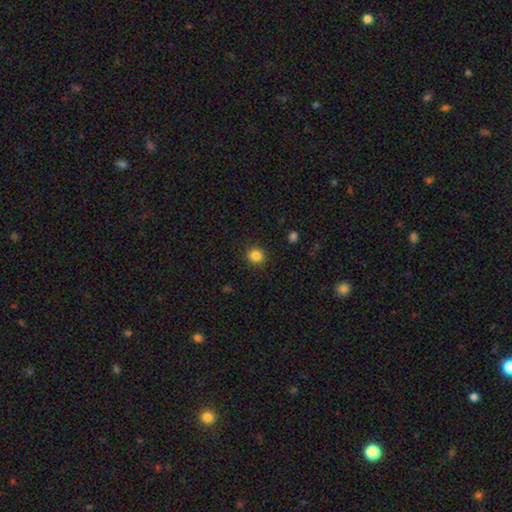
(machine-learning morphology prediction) A smooth galaxy with no disk features (85%) that is round (90%). Merging: none (91%).